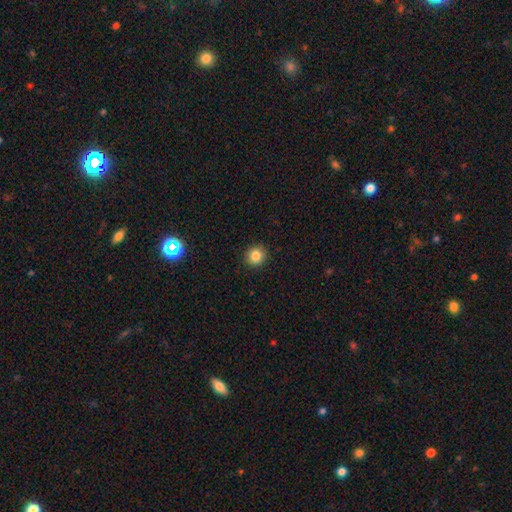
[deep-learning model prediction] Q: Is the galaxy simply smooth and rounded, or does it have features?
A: smooth — 84%.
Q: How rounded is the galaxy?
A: round — 90%.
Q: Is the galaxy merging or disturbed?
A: none — 92%.